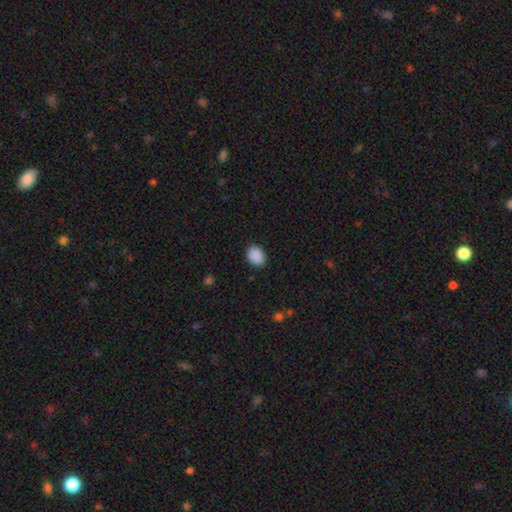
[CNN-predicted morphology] This appears to be a smooth galaxy with no disk features (90%) that is in between round and cigar-shaped (62%). Merging: none (88%).